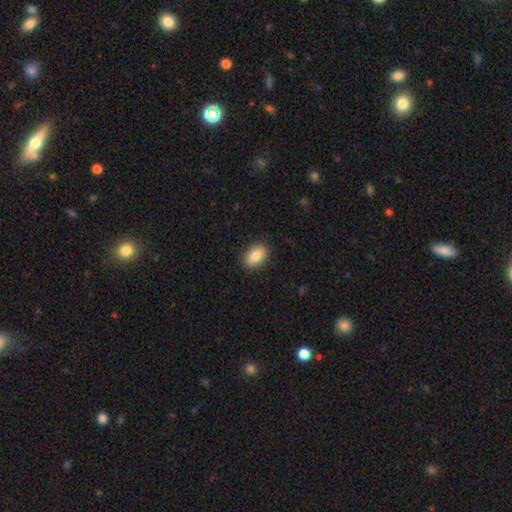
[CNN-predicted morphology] smooth-or-featured: smooth: 85% | featured or disk: 8% | star or artifact: 7%
  how-rounded: in between: 86% | round: 12% | cigar-shaped: 2%
  merging: none: 89% | minor disturbance: 8% | major disturbance: 2% | merger: 1%